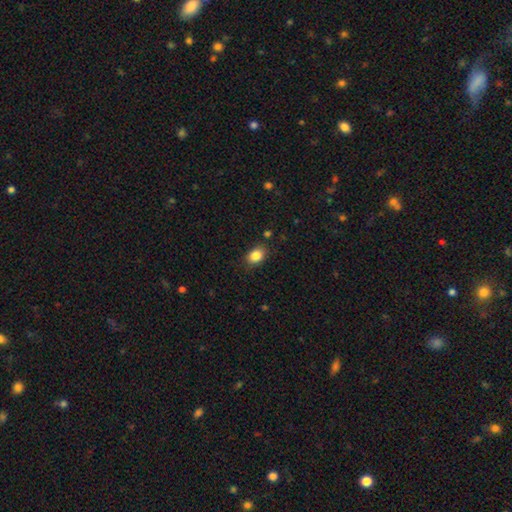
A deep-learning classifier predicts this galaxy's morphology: A smooth galaxy with no disk features (85%) that is in between round and cigar-shaped (71%). Merging: none (83%).